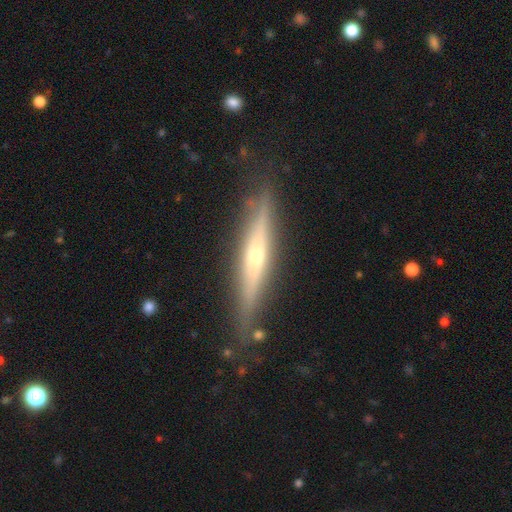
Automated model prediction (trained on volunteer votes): Smooth or featured: featured or disk — 69% (smooth — 25%)
Edge-on disk: yes — 93% (no — 7%)
Edge-on bulge: rounded — 79% (none — 17%)
Merging: none — 84% (minor disturbance — 12%)